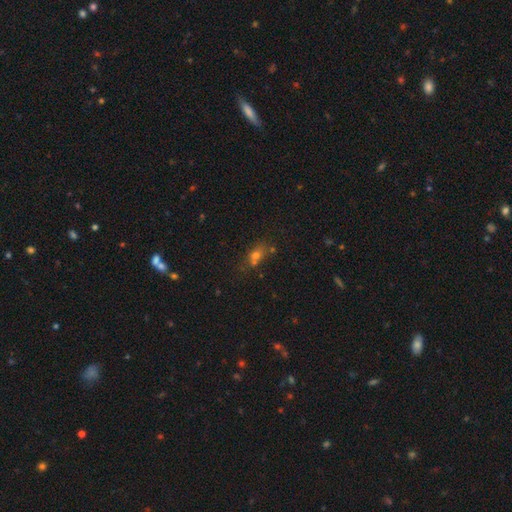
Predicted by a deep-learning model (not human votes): Smooth or featured: smooth — 61% (star or artifact — 24%)
How rounded: in between — 48% (round — 46%)
Merging: none — 49% (merger — 29%)